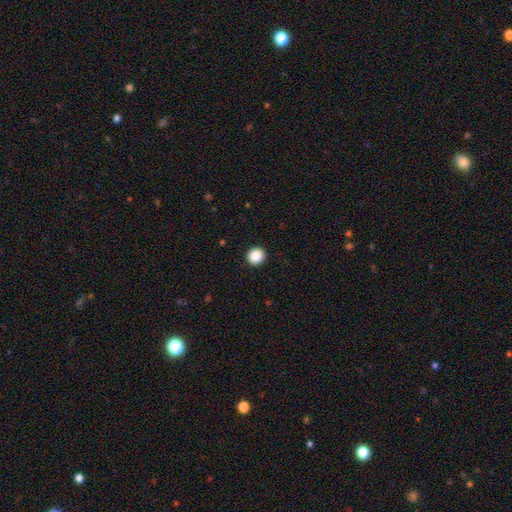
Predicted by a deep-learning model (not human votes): This appears to be a smooth galaxy with no disk features (88%) that is round (93%). Merging: none (93%).